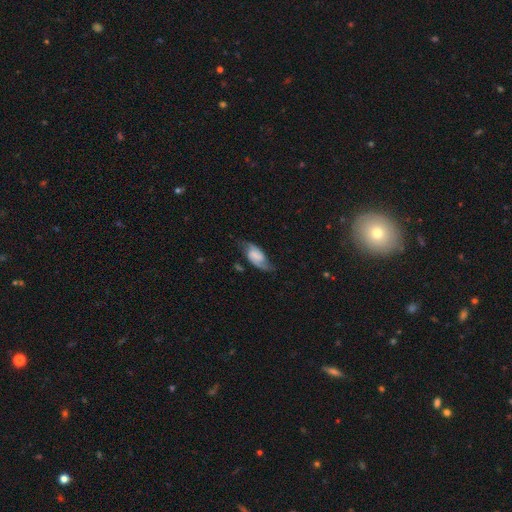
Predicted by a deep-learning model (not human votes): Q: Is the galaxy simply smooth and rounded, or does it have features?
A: featured or disk — 67%.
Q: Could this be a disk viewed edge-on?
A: no — 95%.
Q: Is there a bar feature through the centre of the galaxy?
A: no — 42%.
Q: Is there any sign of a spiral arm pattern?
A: yes — 92%.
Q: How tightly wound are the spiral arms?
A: loose — 42%.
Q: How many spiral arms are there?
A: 2 — 87%.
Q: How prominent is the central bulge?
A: none — 44%.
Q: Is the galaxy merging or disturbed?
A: none — 65%.